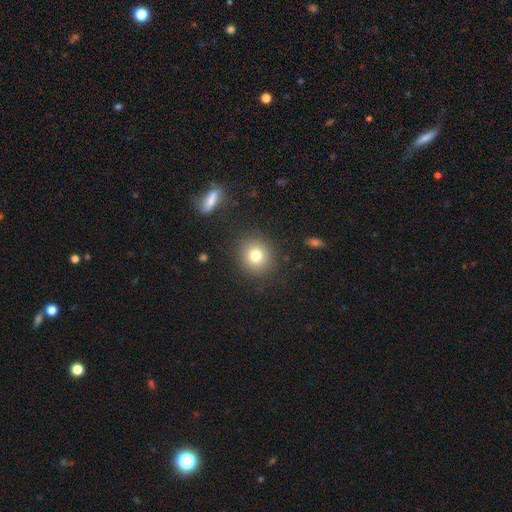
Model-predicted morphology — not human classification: Smooth or featured: smooth — 78% (star or artifact — 12%)
How rounded: round — 88% (in between — 11%)
Merging: none — 88% (minor disturbance — 7%)